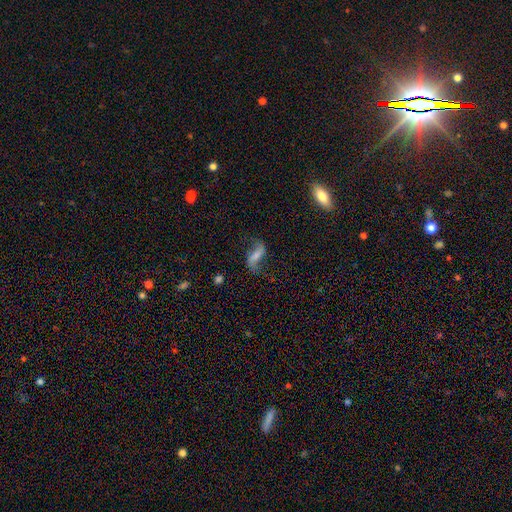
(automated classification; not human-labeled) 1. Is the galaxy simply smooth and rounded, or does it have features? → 71% featured or disk, 19% smooth, 10% star or artifact.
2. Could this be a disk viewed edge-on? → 92% no, 8% yes.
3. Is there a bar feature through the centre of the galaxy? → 38% strong (tied), 38% weak (tied), 24% no.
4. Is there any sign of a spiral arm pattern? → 91% yes, 9% no.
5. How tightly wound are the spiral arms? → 85% loose, 11% medium, 4% tight.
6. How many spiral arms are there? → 91% 2, 3% can't tell, 3% 1, 1% 3, 1% 4, 1% more than 4.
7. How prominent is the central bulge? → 39% small, 29% none, 25% moderate, 6% large, 2% dominant.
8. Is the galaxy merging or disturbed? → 70% none, 17% minor disturbance, 11% major disturbance, 2% merger.